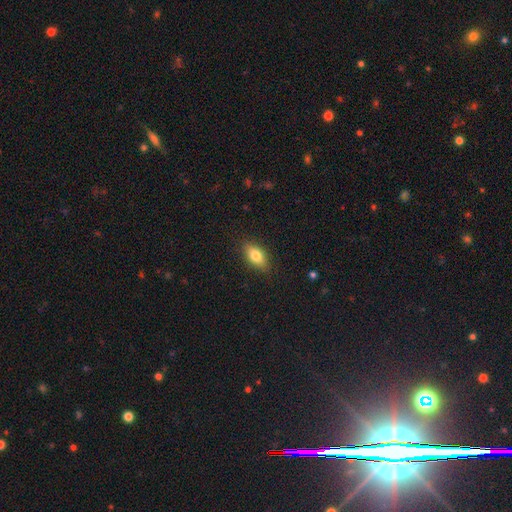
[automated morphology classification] A smooth galaxy with no disk features (77%) that is in between round and cigar-shaped (84%).

Vote fractions:
- Smooth or featured? smooth: 77% / featured or disk: 15% / star or artifact: 8%
- How rounded? in between: 84% / cigar-shaped: 10% / round: 6%
- Merging? none: 85% / minor disturbance: 12% / major disturbance: 3% / merger: 1%